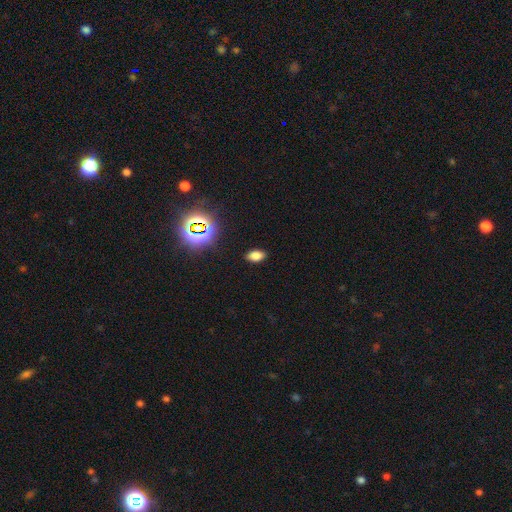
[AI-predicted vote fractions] Q: Smooth or featured?
A: smooth (74%); runner-up: star or artifact (19%)
Q: How rounded?
A: in between (91%); runner-up: round (7%)
Q: Merging?
A: none (88%); runner-up: minor disturbance (8%)